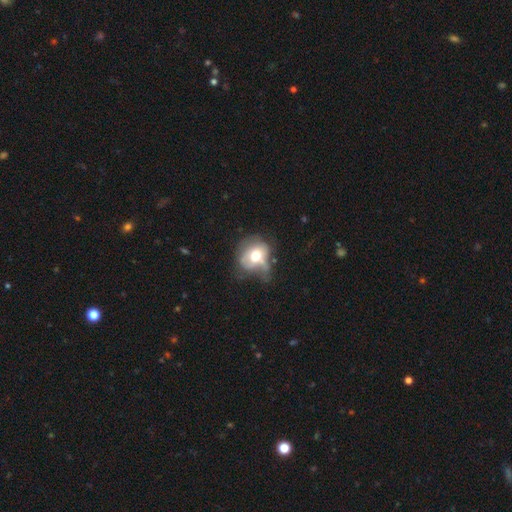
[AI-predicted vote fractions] Morphology: type=smooth (59%); roundness=round (62%); merging=minor disturbance (32%).